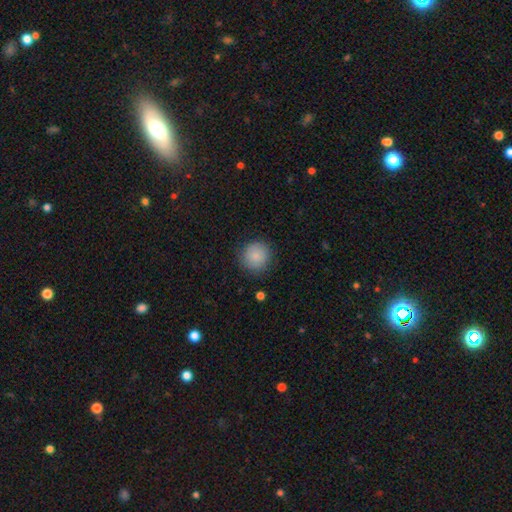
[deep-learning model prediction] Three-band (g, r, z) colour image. It shows a smooth galaxy with no disk features (85%) that is round (93%). Merging: none (86%).